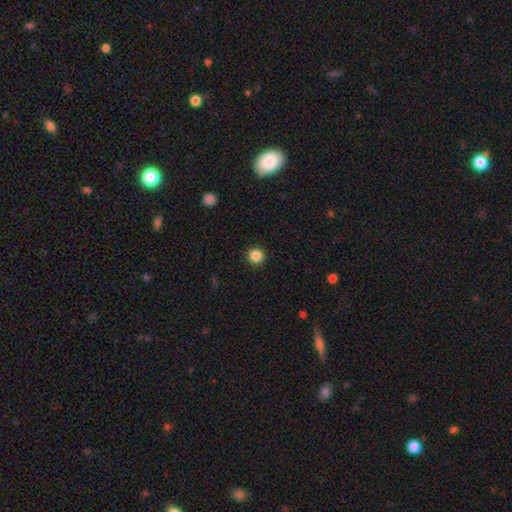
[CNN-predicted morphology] A smooth galaxy with no disk features (86%) that is round (95%).

Vote fractions:
- Smooth or featured? smooth: 86% / star or artifact: 11% / featured or disk: 3%
- How rounded? round: 95% / in between: 4% / cigar-shaped: 1%
- Merging? none: 93% / minor disturbance: 4% / major disturbance: 2% / merger: 1%